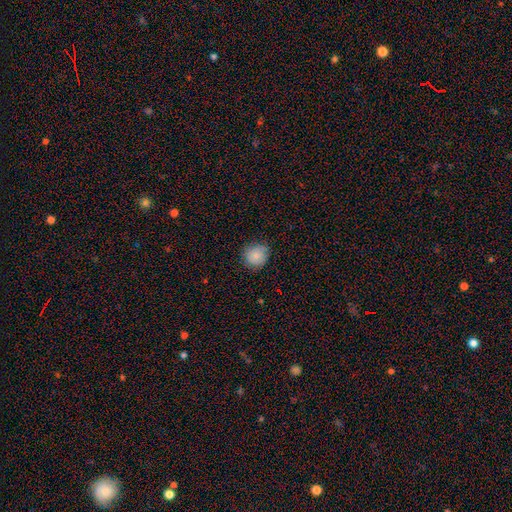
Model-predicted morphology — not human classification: The model was most divided on "merging": none: 83%, minor disturbance: 13%, major disturbance: 3%, merger: 1%. More confident: how rounded — round (86%); smooth or featured — smooth (84%).